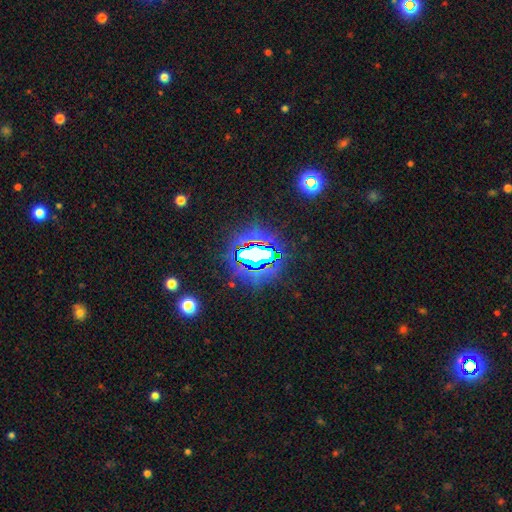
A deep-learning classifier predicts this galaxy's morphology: Smooth or featured? Predicted: star or artifact (p=0.72).